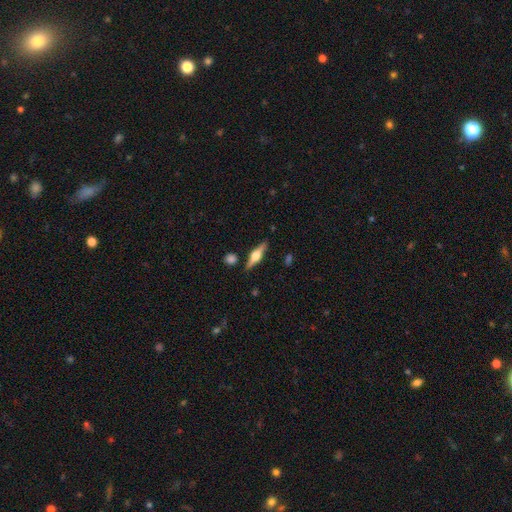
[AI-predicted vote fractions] Smooth or featured?
  - featured or disk: 67% *
  - smooth: 27%
  - star or artifact: 6%
Edge-on disk?
  - yes: 96% *
  - no: 4%
Edge-on bulge?
  - rounded: 94% *
  - boxy: 4%
  - none: 2%
Merging?
  - none: 86% *
  - minor disturbance: 9%
  - merger: 3%
  - major disturbance: 2%